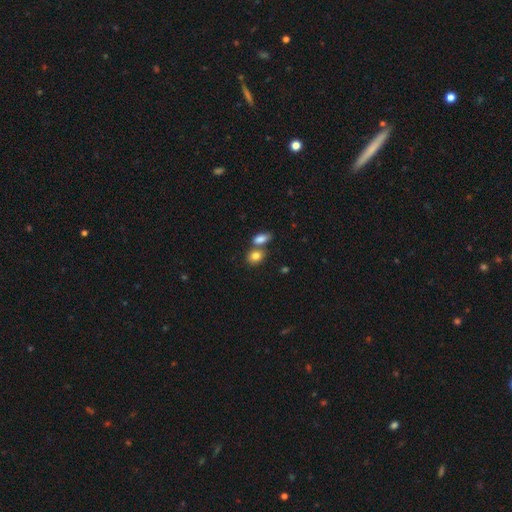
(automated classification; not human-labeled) smooth_or_featured: smooth (p=0.82) [alt: star or artifact p=0.09]
how_rounded: in between (p=0.62) [alt: round p=0.36]
merging: none (p=0.46) [alt: merger p=0.40]